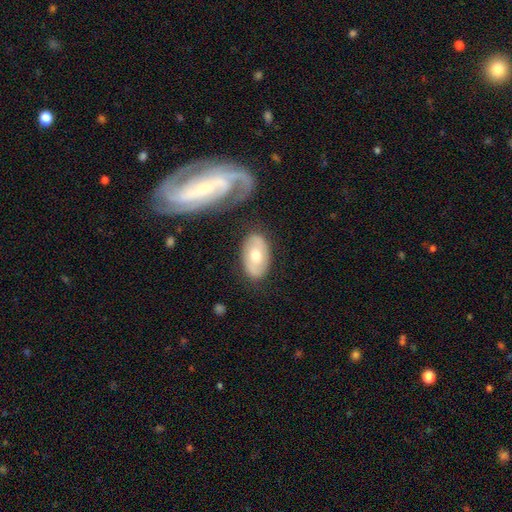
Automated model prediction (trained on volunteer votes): smooth_or_featured: smooth (p=0.52) [alt: featured or disk p=0.41]
how_rounded: in between (p=0.91) [alt: round p=0.07]
merging: none (p=0.77) [alt: minor disturbance p=0.13]